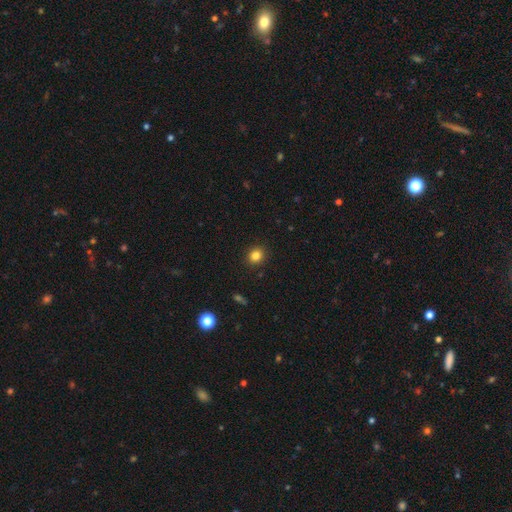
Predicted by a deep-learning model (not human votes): Morphology: type=smooth (83%); roundness=round (74%); merging=none (90%).